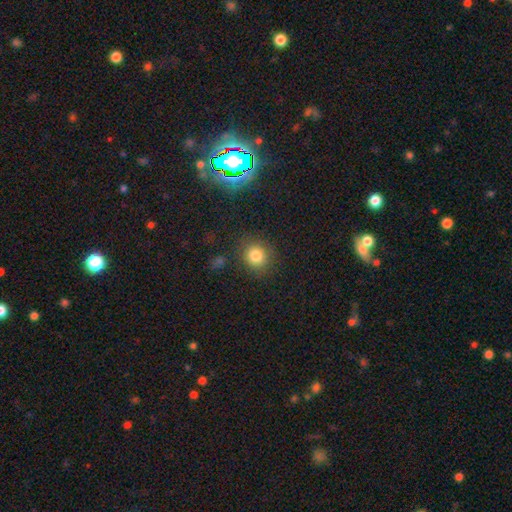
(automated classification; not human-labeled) Smooth or featured: smooth — 81% (star or artifact — 12%)
How rounded: round — 84% (in between — 15%)
Merging: none — 84% (minor disturbance — 10%)